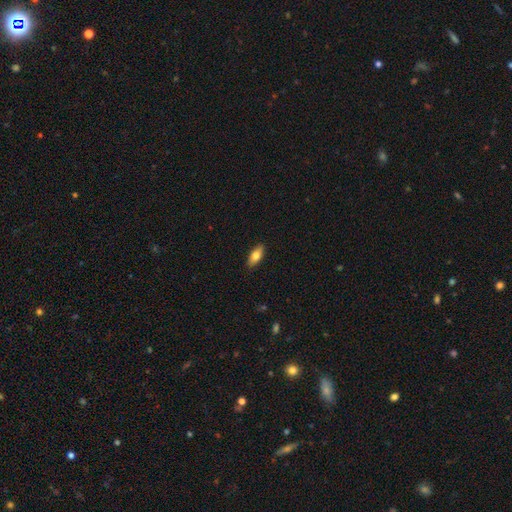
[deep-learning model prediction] smooth_or_featured: smooth (p=0.76) [alt: featured or disk p=0.18]
how_rounded: in between (p=0.80) [alt: cigar-shaped p=0.17]
merging: none (p=0.89) [alt: minor disturbance p=0.08]